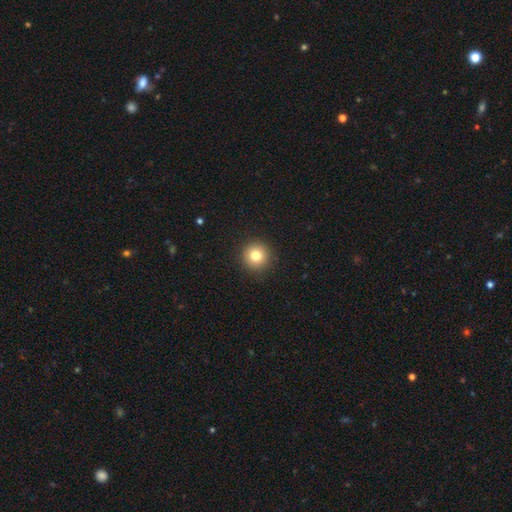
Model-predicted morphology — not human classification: smooth 80%, star or artifact 11%, featured or disk 9%. Down the decision tree: how rounded — round (95%); merging — none (93%).